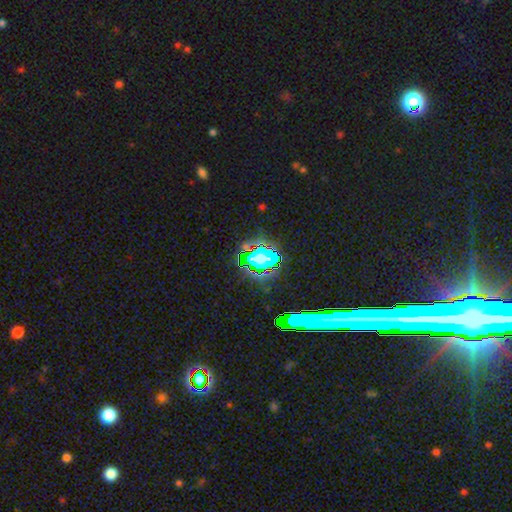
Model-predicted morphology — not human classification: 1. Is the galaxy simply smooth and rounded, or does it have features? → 74% star or artifact, 15% smooth, 11% featured or disk.